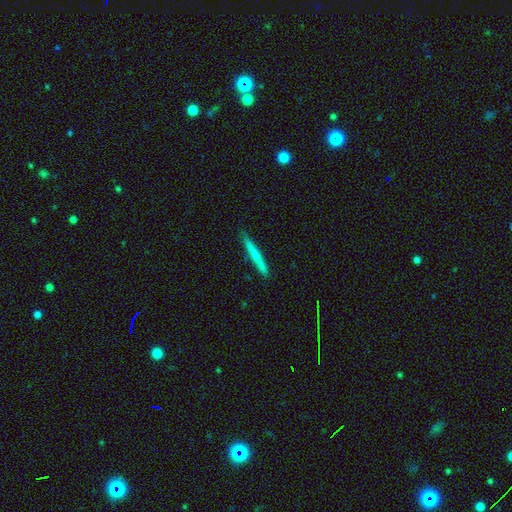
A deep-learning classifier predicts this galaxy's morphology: Smooth or featured? Predicted: smooth (p=0.56). How rounded? Predicted: cigar-shaped (p=0.96). Merging? Predicted: none (p=0.90).